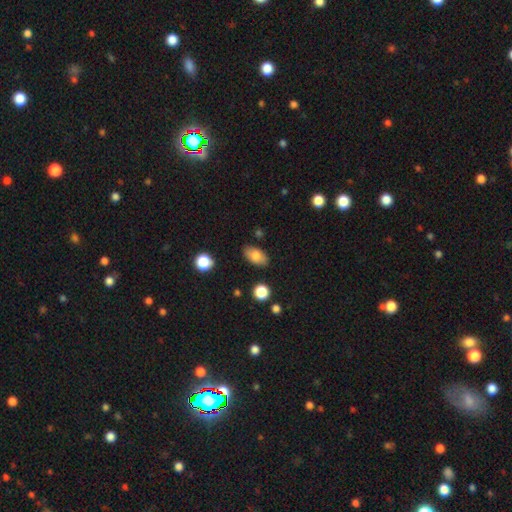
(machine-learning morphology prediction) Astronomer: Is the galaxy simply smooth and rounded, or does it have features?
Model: smooth — 80%.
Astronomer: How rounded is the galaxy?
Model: in between — 91%.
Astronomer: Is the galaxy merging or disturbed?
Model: none — 84%.